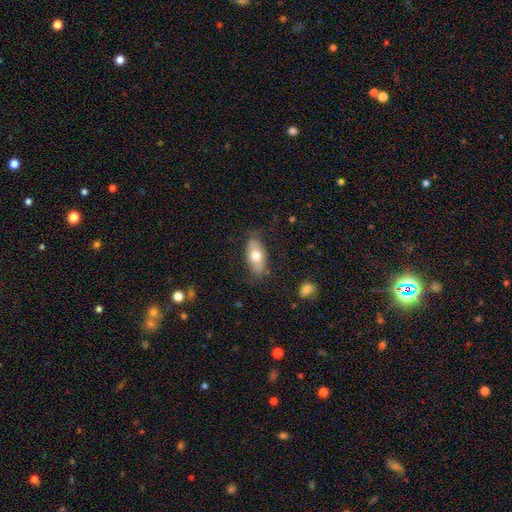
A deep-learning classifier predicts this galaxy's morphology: type=smooth (65%); roundness=in between (89%); merging=none (76%).